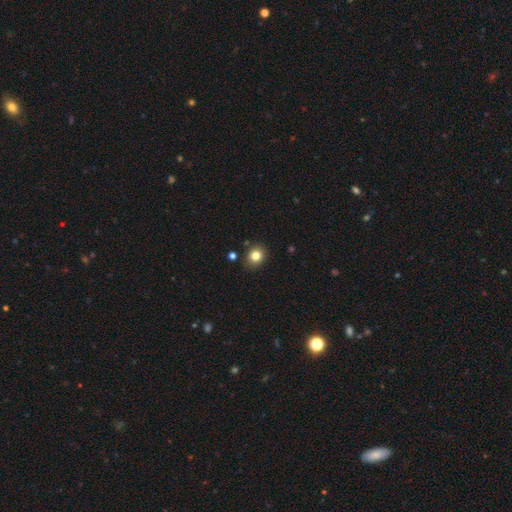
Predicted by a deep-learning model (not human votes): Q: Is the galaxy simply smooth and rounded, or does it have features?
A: smooth — 81%.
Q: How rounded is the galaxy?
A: round — 65%.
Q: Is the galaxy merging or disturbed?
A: none — 86%.